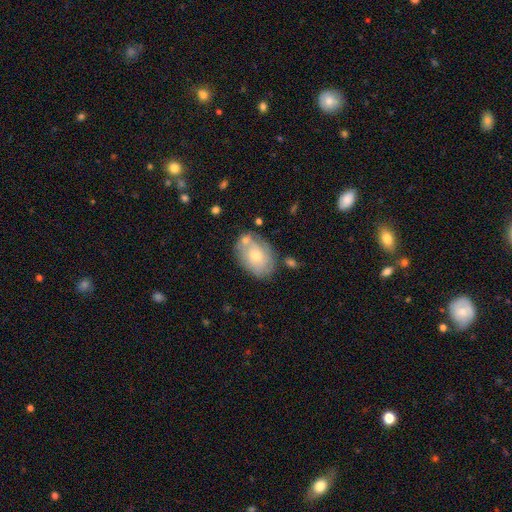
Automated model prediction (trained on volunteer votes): smooth 52%, featured or disk 42%, star or artifact 7%. Down the decision tree: how rounded — in between (81%); merging — none (60%).